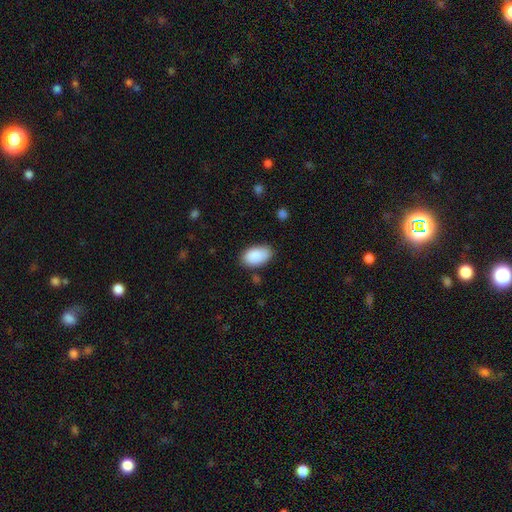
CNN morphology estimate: Smooth or featured? Predicted: smooth (p=0.90). How rounded? Predicted: in between (p=0.94). Merging? Predicted: none (p=0.81).